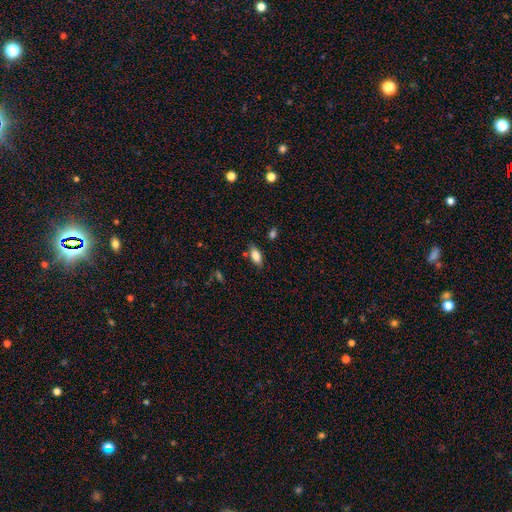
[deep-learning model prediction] A smooth galaxy with no disk features (81%) that is in between round and cigar-shaped (85%). Merging: none (80%).